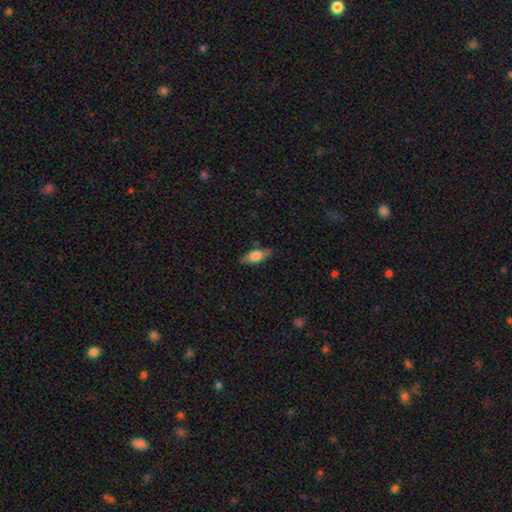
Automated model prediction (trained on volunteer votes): This is likely a smooth galaxy (65%). How rounded: likely in between (73%). Merging: likely none (80%).